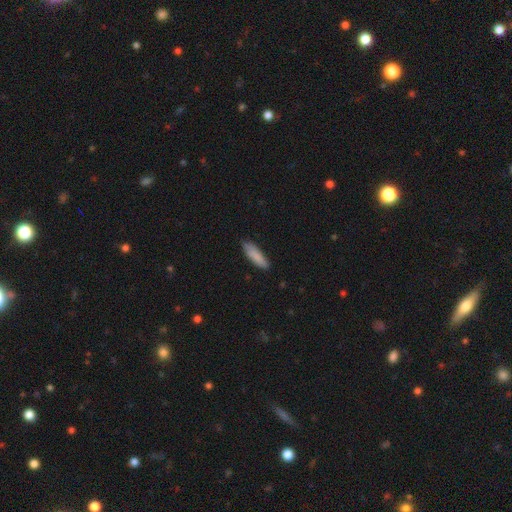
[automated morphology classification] type=smooth (86%); roundness=cigar-shaped (57%); merging=none (80%).